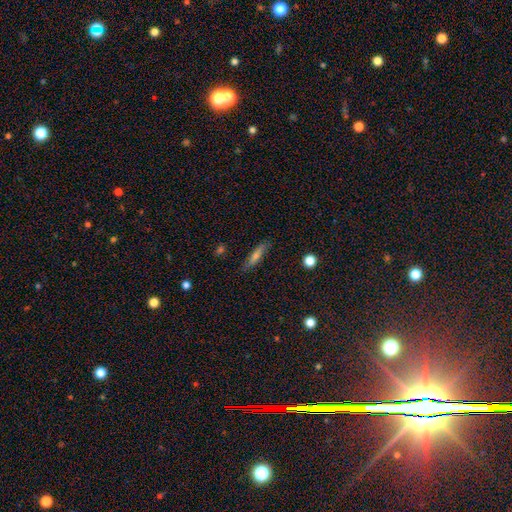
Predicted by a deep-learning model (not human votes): Q: Smooth or featured?
A: smooth (57%); runner-up: featured or disk (34%)
Q: How rounded?
A: cigar-shaped (83%); runner-up: in between (14%)
Q: Merging?
A: none (86%); runner-up: minor disturbance (11%)